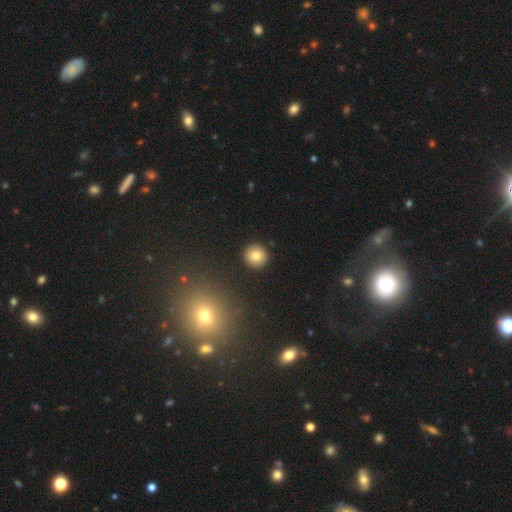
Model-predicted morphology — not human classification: smooth_or_featured: smooth (p=0.82) [alt: star or artifact p=0.10]
how_rounded: round (p=0.94) [alt: in between p=0.05]
merging: none (p=0.92) [alt: minor disturbance p=0.05]